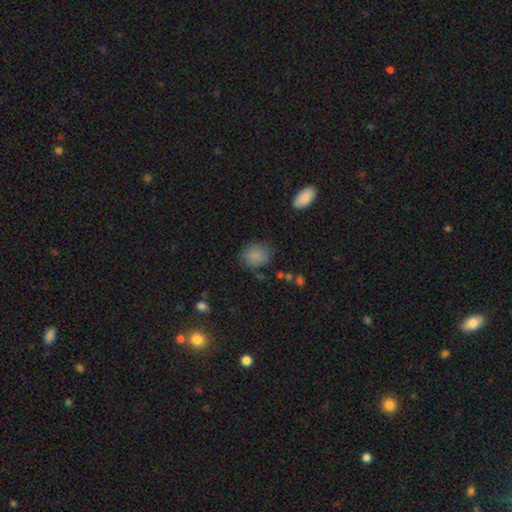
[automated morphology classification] smooth-or-featured: smooth: 84% | star or artifact: 10% | featured or disk: 5%
  how-rounded: round: 57% | in between: 42% | cigar-shaped: 1%
  merging: none: 79% | minor disturbance: 15% | major disturbance: 4% | merger: 2%